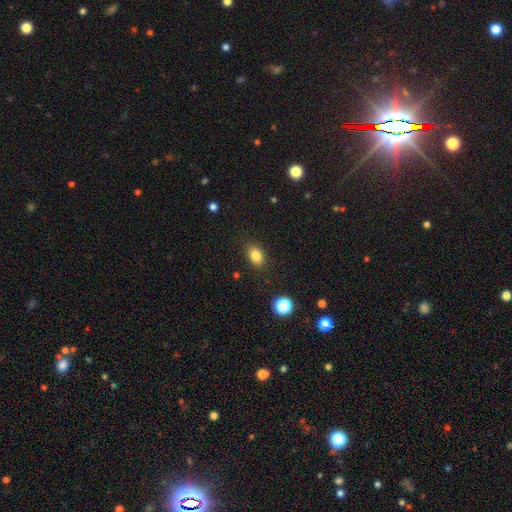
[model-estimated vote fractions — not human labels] This appears to be a smooth galaxy with no disk features (83%) that is in between round and cigar-shaped (76%). Merging: none (86%).